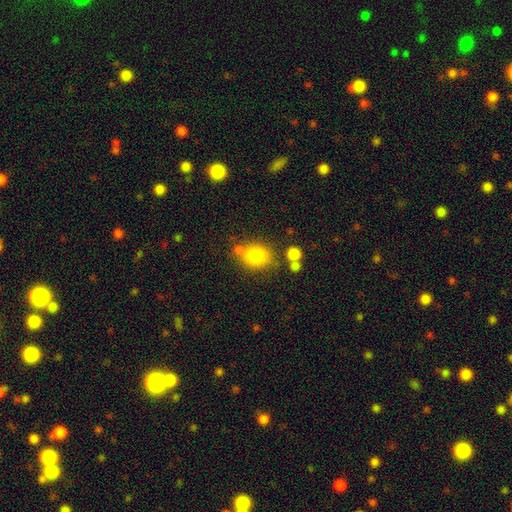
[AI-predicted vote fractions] Smooth or featured? Predicted: smooth (p=0.81). How rounded? Predicted: round (p=0.64). Merging? Predicted: none (p=0.68).